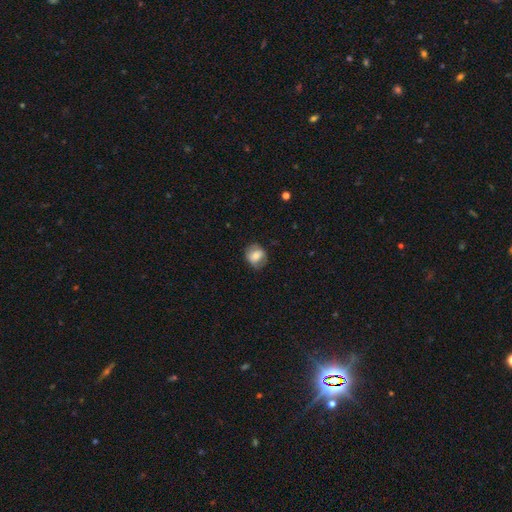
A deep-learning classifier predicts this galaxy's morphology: smooth_or_featured: smooth (p=0.67) [alt: featured or disk p=0.24]
how_rounded: round (p=0.69) [alt: in between p=0.30]
merging: none (p=0.73) [alt: minor disturbance p=0.19]